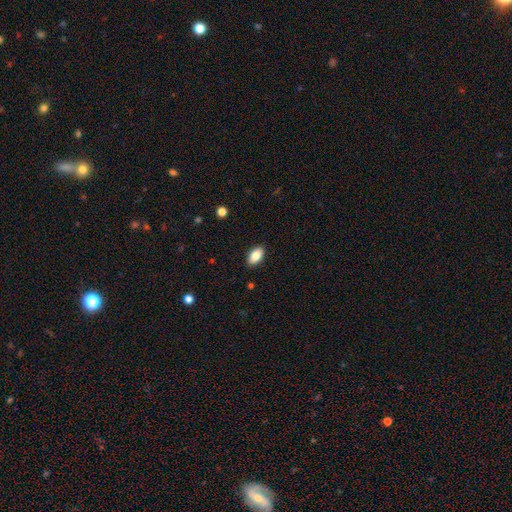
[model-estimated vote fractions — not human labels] A smooth galaxy with no disk features (87%) that is in between round and cigar-shaped (93%).

Vote fractions:
- Smooth or featured? smooth: 87% / star or artifact: 7% / featured or disk: 6%
- How rounded? in between: 93% / round: 4% / cigar-shaped: 2%
- Merging? none: 89% / minor disturbance: 8% / major disturbance: 2% / merger: 1%